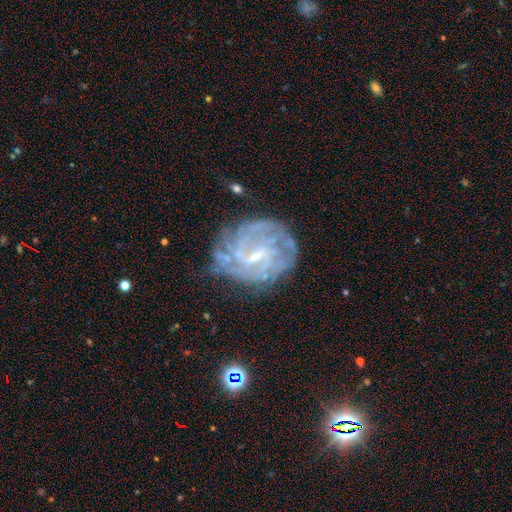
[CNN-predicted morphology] featured or disk 85%, star or artifact 7%, smooth 7%. Down the decision tree: edge-on disk — no (97%); bar — weak (57%); spiral arms — yes (94%); spiral arm count — can't tell (37%); spiral winding — tight (65%); bulge size — small (73%); merging — none (68%).